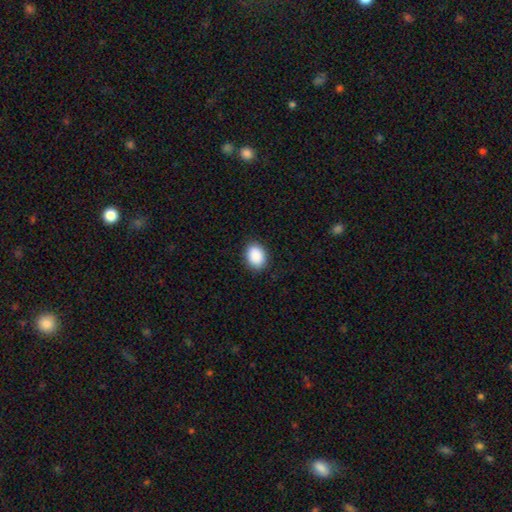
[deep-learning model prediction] A smooth galaxy with no disk features (90%) that is in between round and cigar-shaped (70%). Merging: none (88%).